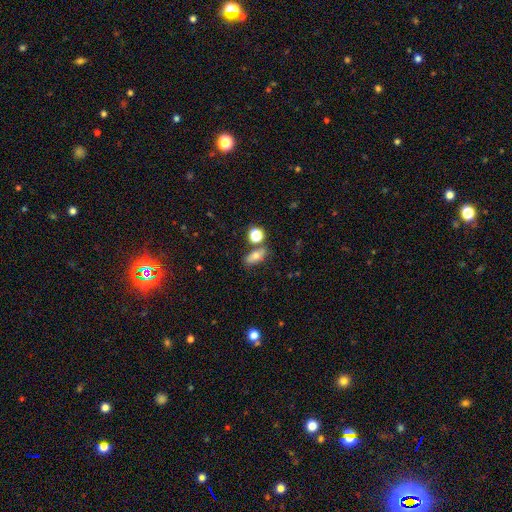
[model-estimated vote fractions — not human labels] smooth 66%, featured or disk 20%, star or artifact 13%. Down the decision tree: how rounded — in between (73%); merging — none (69%).